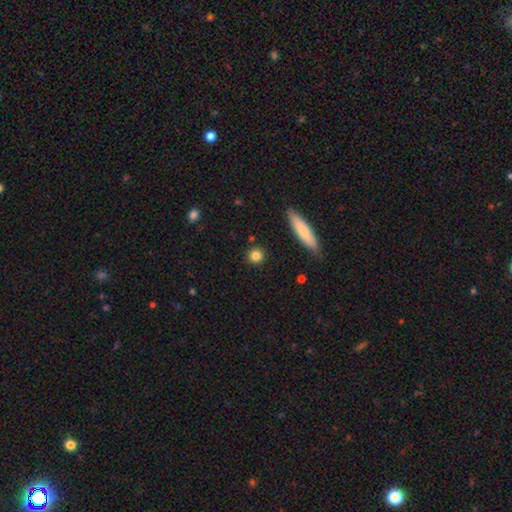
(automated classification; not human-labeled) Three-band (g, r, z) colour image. It shows a smooth galaxy with no disk features (83%) that is round (88%). Merging: none (89%).